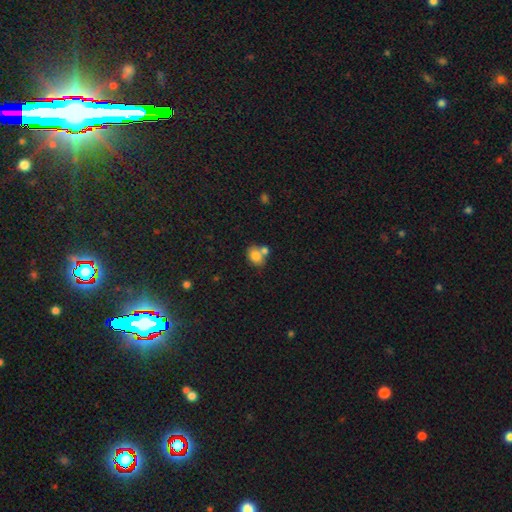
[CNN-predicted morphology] Q: Smooth or featured?
A: smooth (81%); runner-up: featured or disk (10%)
Q: How rounded?
A: in between (57%); runner-up: round (42%)
Q: Merging?
A: none (46%); runner-up: merger (37%)